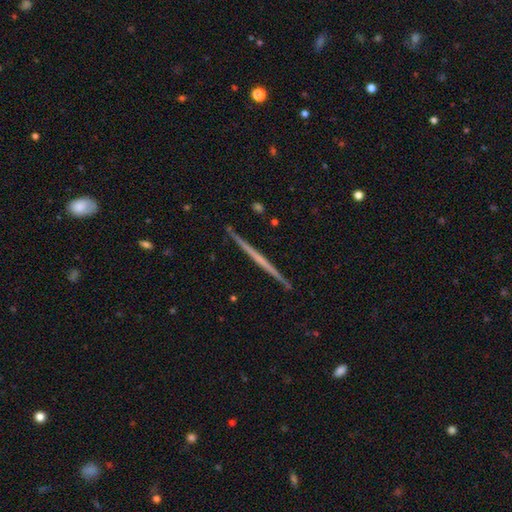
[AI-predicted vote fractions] Overall: featured or disk (70%). Edge-on disk: yes (98%). Edge-on bulge: none (76%). Merging: none (92%).